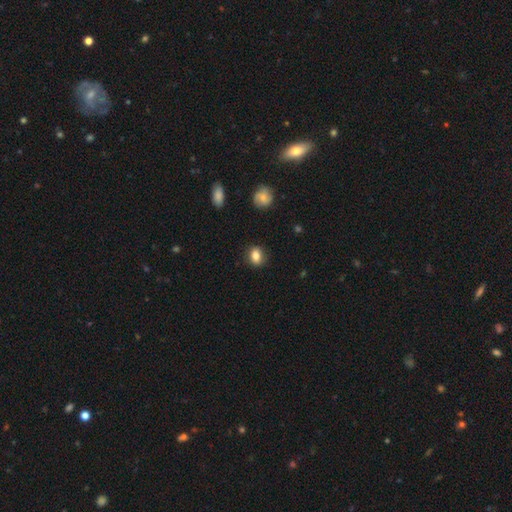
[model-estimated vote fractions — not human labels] Smooth or featured: smooth — 82% (featured or disk — 9%)
How rounded: in between — 57% (round — 41%)
Merging: none — 86% (minor disturbance — 11%)